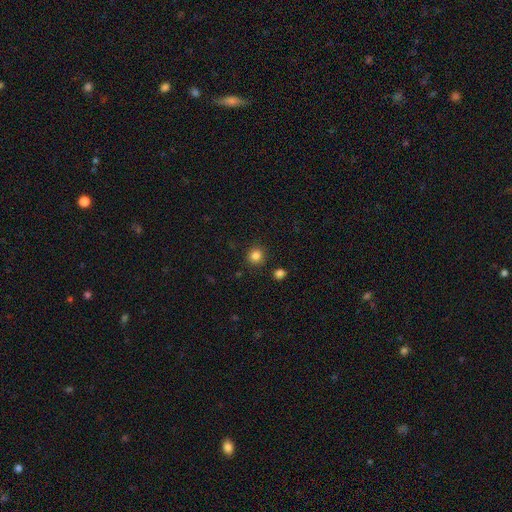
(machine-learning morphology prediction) Smooth or featured? Predicted: smooth (p=0.83). How rounded? Predicted: round (p=0.90). Merging? Predicted: none (p=0.89).